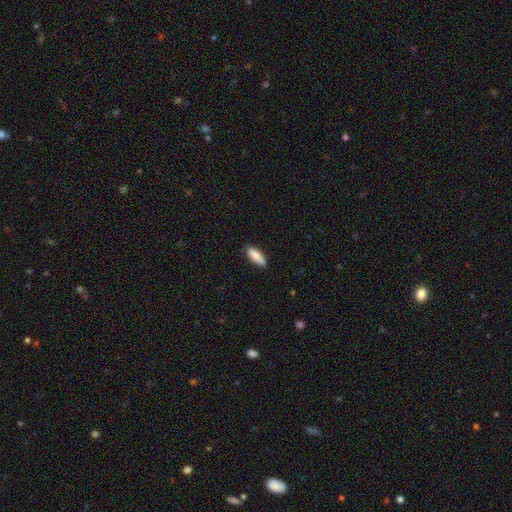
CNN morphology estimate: A smooth galaxy with no disk features (87%) that is in between round and cigar-shaped (71%).

Vote fractions:
- Smooth or featured? smooth: 87% / featured or disk: 7% / star or artifact: 6%
- How rounded? in between: 71% / cigar-shaped: 27% / round: 2%
- Merging? none: 82% / minor disturbance: 15% / major disturbance: 2% / merger: 1%